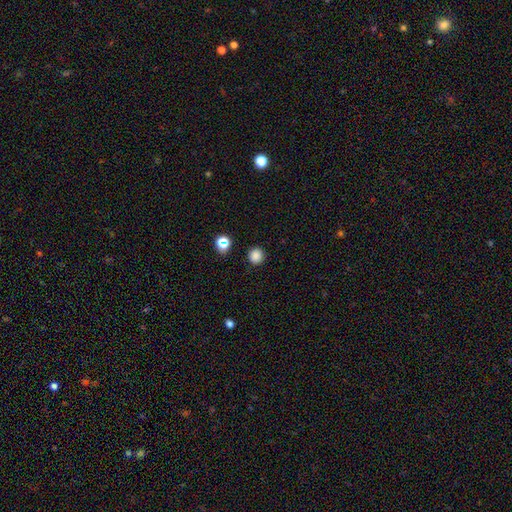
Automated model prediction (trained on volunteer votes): The model was most divided on "smooth or featured": smooth: 84%, star or artifact: 13%, featured or disk: 3%. More confident: how rounded — round (94%); merging — none (91%).